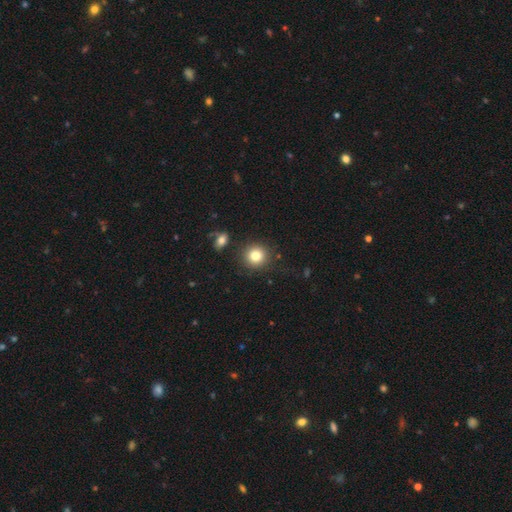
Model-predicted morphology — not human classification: smooth 82%, star or artifact 11%, featured or disk 8%. Down the decision tree: how rounded — round (91%); merging — none (86%).